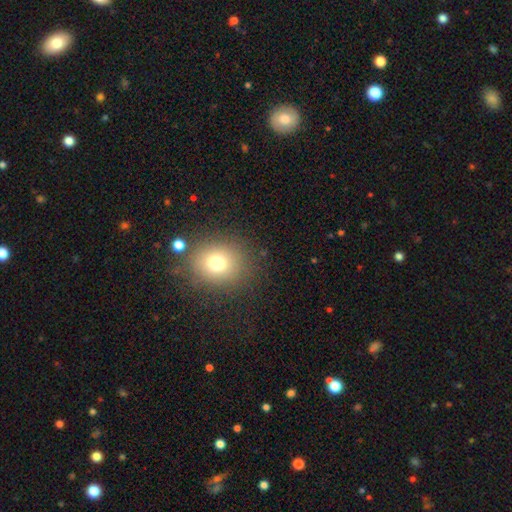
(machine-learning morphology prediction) Smooth or featured?
  - smooth: 67% *
  - star or artifact: 22%
  - featured or disk: 10%
How rounded?
  - round: 75% *
  - in between: 24%
  - cigar-shaped: 1%
Merging?
  - none: 85% *
  - minor disturbance: 9%
  - major disturbance: 4%
  - merger: 3%